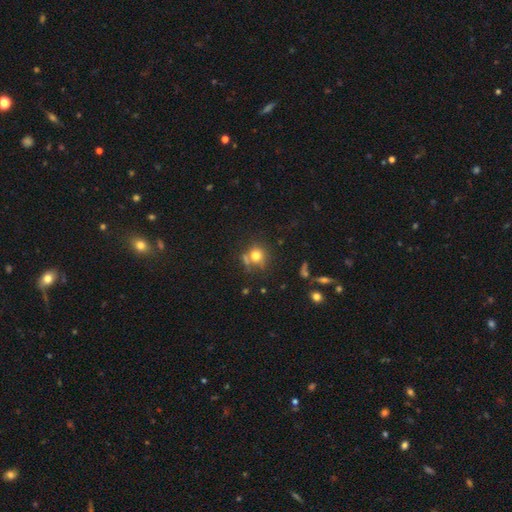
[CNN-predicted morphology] The model was most divided on "merging": none: 61%, merger: 19%, minor disturbance: 14%, major disturbance: 6%. More confident: how rounded — round (83%); smooth or featured — smooth (74%).